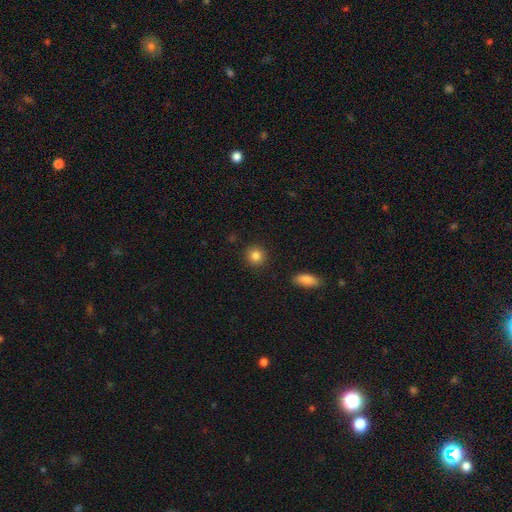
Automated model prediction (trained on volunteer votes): smooth_or_featured: smooth (p=0.85) [alt: star or artifact p=0.10]
how_rounded: round (p=0.90) [alt: in between p=0.08]
merging: none (p=0.91) [alt: minor disturbance p=0.06]